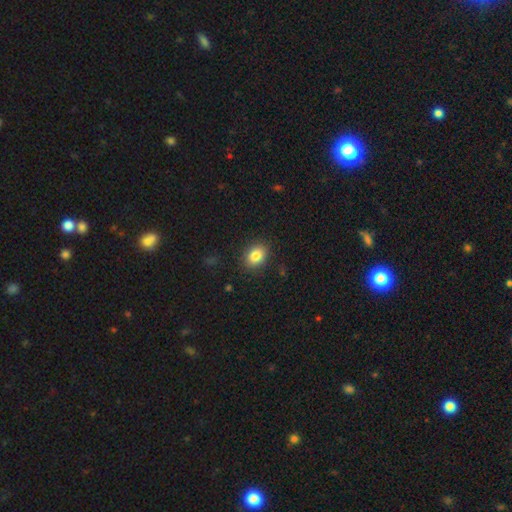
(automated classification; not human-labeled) This is clearly a smooth galaxy (84%). How rounded: likely in between (67%). Merging: clearly none (87%).